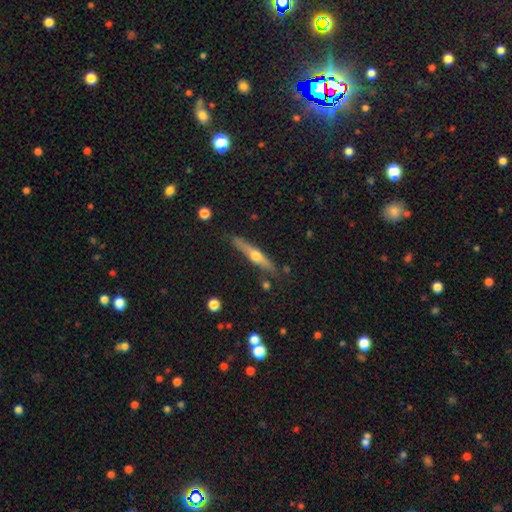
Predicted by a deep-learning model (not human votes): Smooth or featured: featured or disk — 59% (smooth — 36%)
Edge-on disk: yes — 94% (no — 6%)
Edge-on bulge: rounded — 91% (none — 6%)
Merging: none — 81% (minor disturbance — 13%)